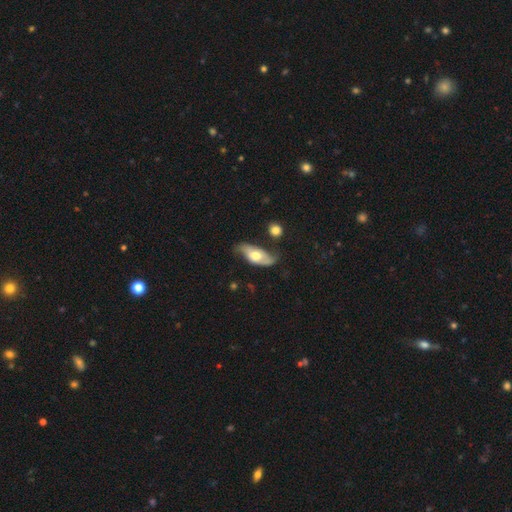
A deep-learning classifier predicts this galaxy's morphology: Smooth or featured? featured or disk (52%)
Edge-on disk? no (79%)
Merging? none (54%)